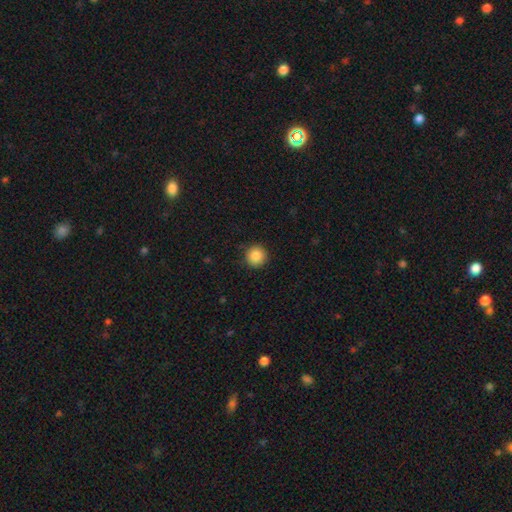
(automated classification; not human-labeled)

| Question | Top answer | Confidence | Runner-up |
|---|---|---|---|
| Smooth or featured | smooth | 87% | star or artifact (9%) |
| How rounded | round | 95% | in between (4%) |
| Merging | none | 90% | minor disturbance (7%) |